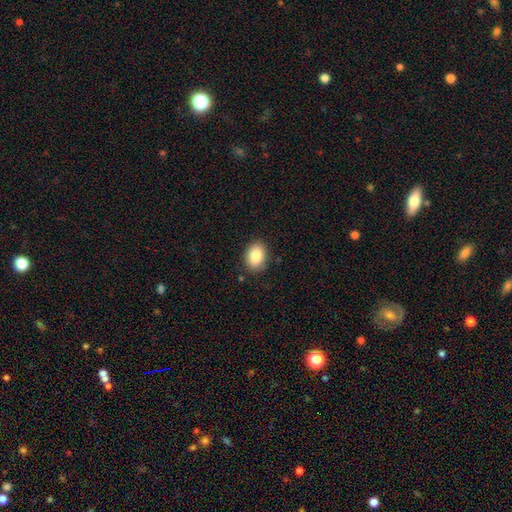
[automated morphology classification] Smooth or featured? Predicted: smooth (p=0.86). How rounded? Predicted: in between (p=0.74). Merging? Predicted: none (p=0.87).